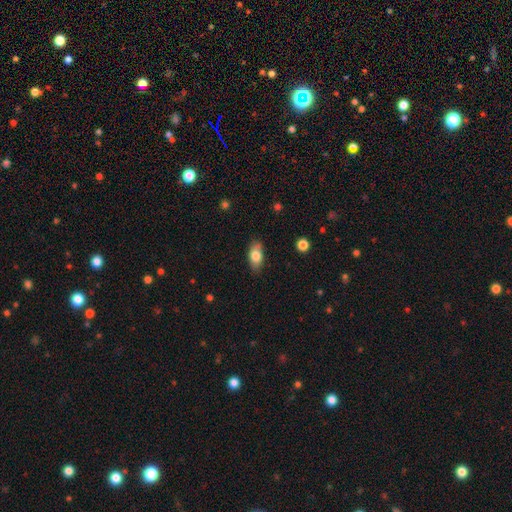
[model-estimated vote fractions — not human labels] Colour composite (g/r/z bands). It shows a smooth galaxy with no disk features (78%) that is in between round and cigar-shaped (87%). Merging: none (82%).